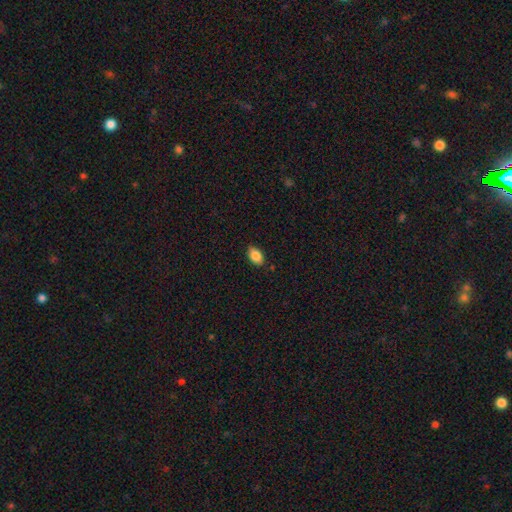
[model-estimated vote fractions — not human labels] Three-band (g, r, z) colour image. It shows a smooth galaxy with no disk features (86%) that is in between round and cigar-shaped (89%). Merging: none (84%).